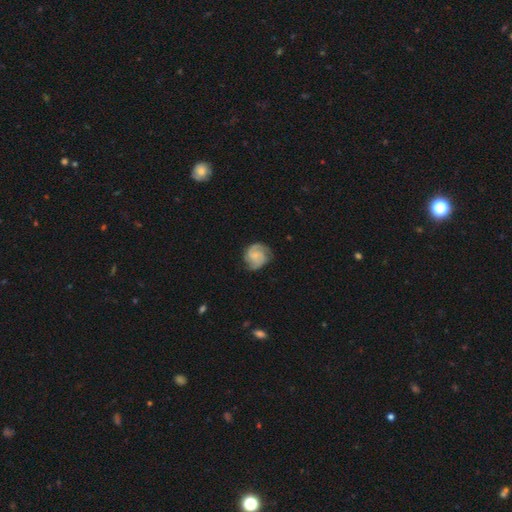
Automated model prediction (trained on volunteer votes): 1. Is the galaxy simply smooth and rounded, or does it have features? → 69% featured or disk, 24% smooth, 7% star or artifact.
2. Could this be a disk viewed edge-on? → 98% no, 2% yes.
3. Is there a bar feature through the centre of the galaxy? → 61% no, 33% weak, 5% strong.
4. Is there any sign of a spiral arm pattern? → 95% yes, 5% no.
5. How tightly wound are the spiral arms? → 45% tight, 42% medium, 13% loose.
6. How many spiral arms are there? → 63% 2, 16% 3, 12% can't tell, 4% 1, 3% 4, 2% more than 4.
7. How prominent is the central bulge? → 48% small, 32% none, 17% moderate, 2% large, 1% dominant.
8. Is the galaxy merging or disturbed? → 74% none, 18% minor disturbance, 6% major disturbance, 1% merger.